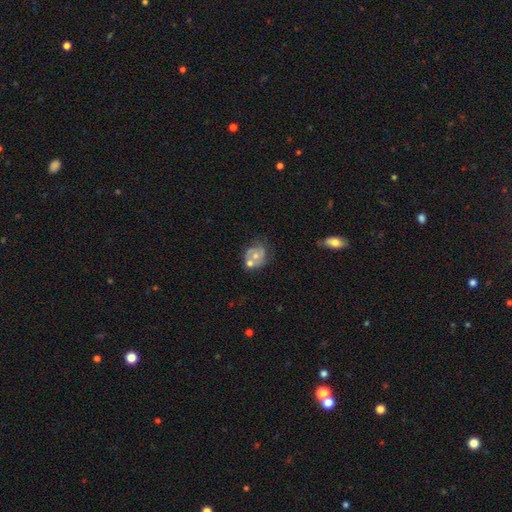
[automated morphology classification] type=featured or disk (58%); edge-on=no (98%); bar=no (82%); spiral arms=yes (64%); bulge=moderate (53%); merging=none (39%).